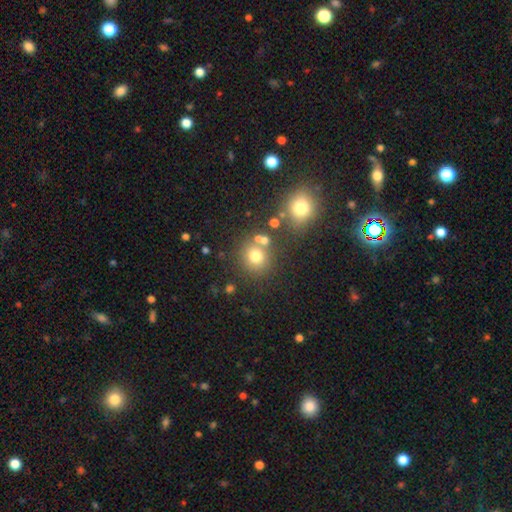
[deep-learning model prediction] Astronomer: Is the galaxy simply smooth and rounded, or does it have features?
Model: smooth — 73%.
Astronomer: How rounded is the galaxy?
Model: round — 85%.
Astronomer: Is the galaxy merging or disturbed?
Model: none — 65%.